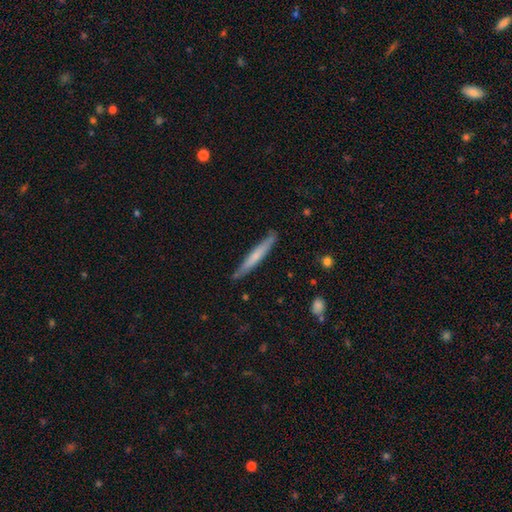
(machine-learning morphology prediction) smooth_or_featured: smooth (p=0.57) [alt: featured or disk p=0.37]
how_rounded: cigar-shaped (p=0.96) [alt: in between p=0.03]
merging: none (p=0.86) [alt: minor disturbance p=0.11]